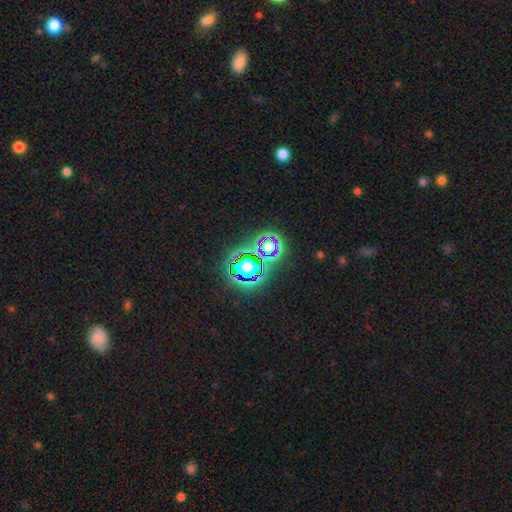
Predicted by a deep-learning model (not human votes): Smooth or featured: star or artifact — 78% (smooth — 14%)